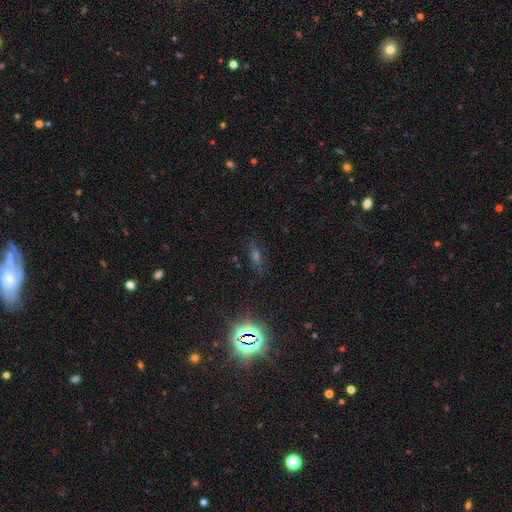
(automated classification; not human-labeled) Smooth or featured?
  - star or artifact: 51% *
  - smooth: 29%
  - featured or disk: 21%